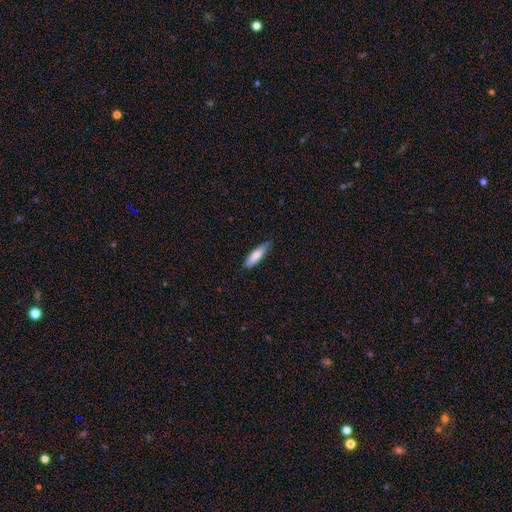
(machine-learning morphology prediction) Smooth or featured: smooth — 81% (featured or disk — 14%)
How rounded: cigar-shaped — 73% (in between — 26%)
Merging: none — 80% (minor disturbance — 17%)